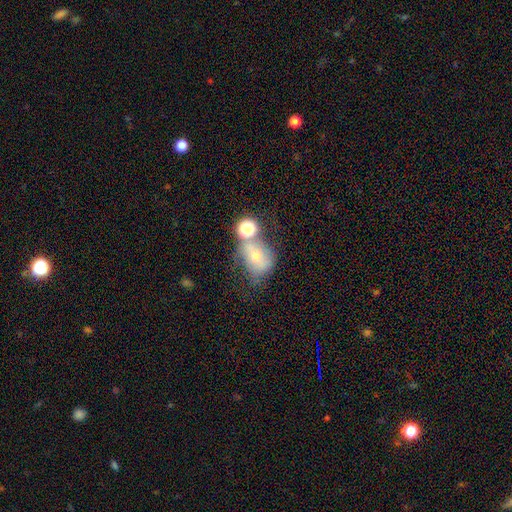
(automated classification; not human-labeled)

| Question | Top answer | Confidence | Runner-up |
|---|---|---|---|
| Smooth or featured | smooth | 55% | featured or disk (31%) |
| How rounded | round | 50% | in between (48%) |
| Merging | merger | 35% | none (32%) |